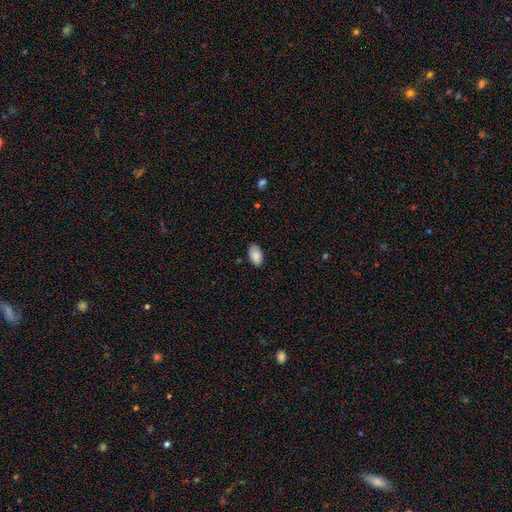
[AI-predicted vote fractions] Smooth or featured?
  - smooth: 88% *
  - star or artifact: 7%
  - featured or disk: 5%
How rounded?
  - in between: 94% *
  - round: 4%
  - cigar-shaped: 1%
Merging?
  - none: 82% *
  - minor disturbance: 14%
  - major disturbance: 2%
  - merger: 1%